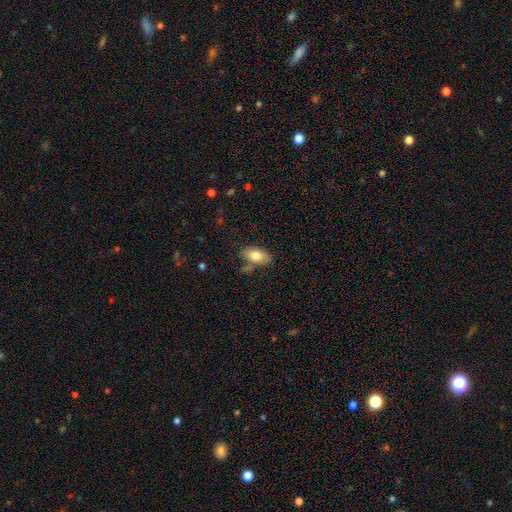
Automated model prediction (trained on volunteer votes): smooth_or_featured: smooth (p=0.78) [alt: featured or disk p=0.15]
how_rounded: in between (p=0.91) [alt: cigar-shaped p=0.05]
merging: none (p=0.71) [alt: minor disturbance p=0.17]